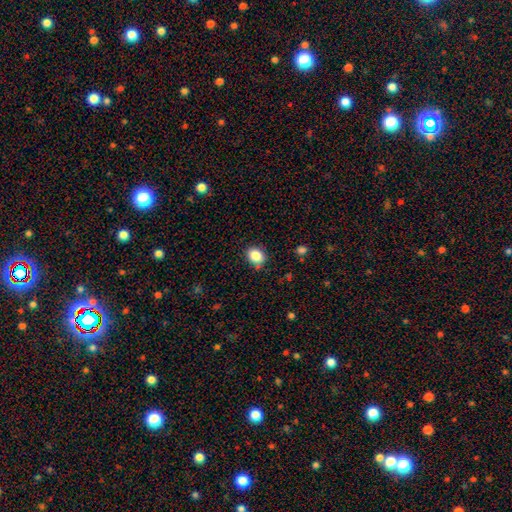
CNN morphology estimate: smooth-or-featured: smooth: 86% | star or artifact: 9% | featured or disk: 5%
  how-rounded: in between: 52% | round: 47% | cigar-shaped: 1%
  merging: none: 81% | minor disturbance: 14% | major disturbance: 3% | merger: 2%